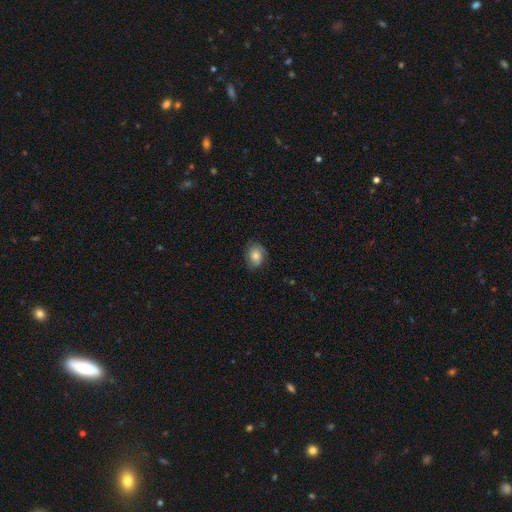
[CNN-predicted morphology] Overall: smooth (68%). How rounded: in between (60%; round 39%). Merging: none (70%).